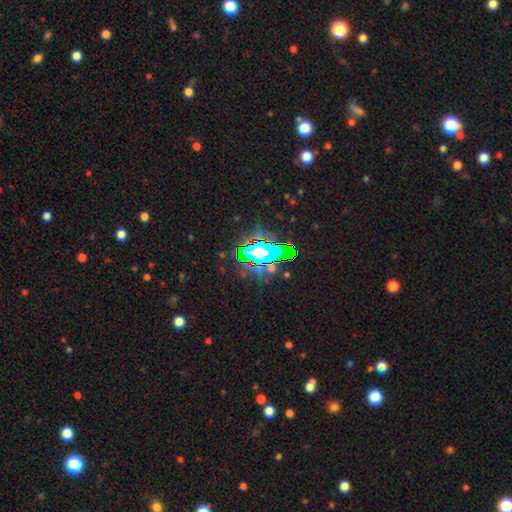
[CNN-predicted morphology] Q: Smooth or featured?
A: star or artifact (69%); runner-up: smooth (17%)